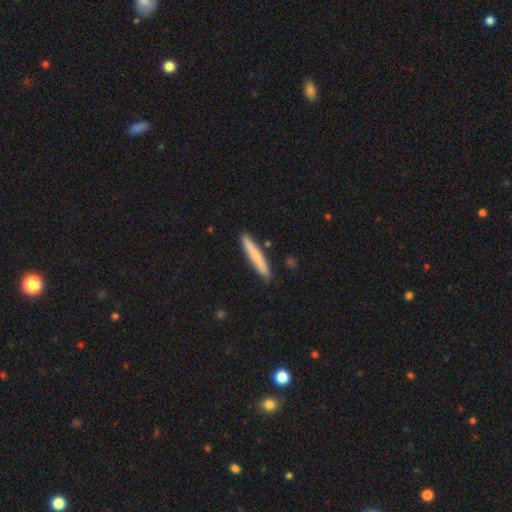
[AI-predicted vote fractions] Smooth or featured? smooth (68%)
How rounded? cigar-shaped (95%)
Merging? none (87%)